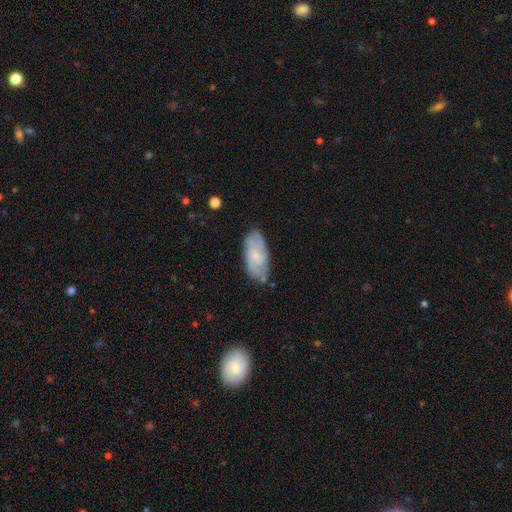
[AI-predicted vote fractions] Overall: featured or disk (49%; smooth 44%). Merging: none (71%).